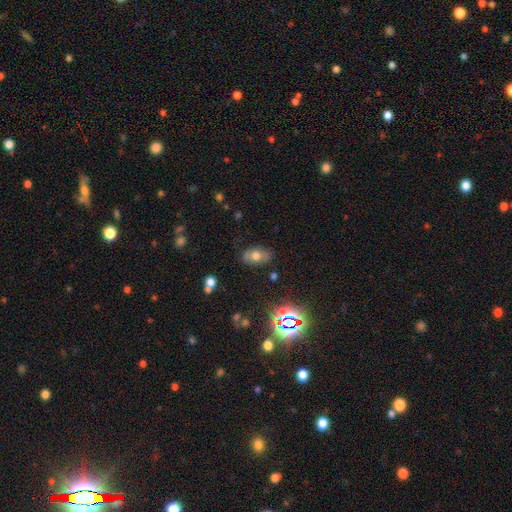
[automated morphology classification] smooth_or_featured: smooth (p=0.53) [alt: featured or disk p=0.31]
how_rounded: in between (p=0.84) [alt: round p=0.14]
merging: none (p=0.77) [alt: minor disturbance p=0.16]